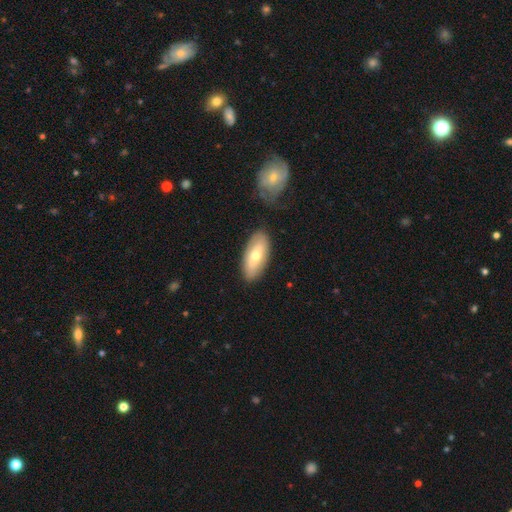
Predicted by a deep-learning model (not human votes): Smooth or featured? Predicted: smooth (p=0.59). How rounded? Predicted: in between (p=0.86). Merging? Predicted: none (p=0.84).